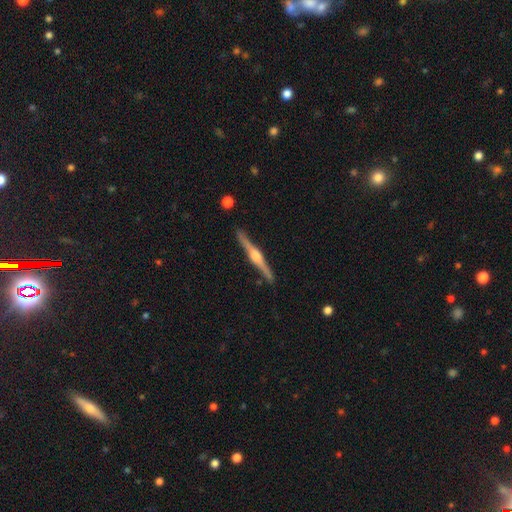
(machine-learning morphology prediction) Smooth or featured?
  - featured or disk: 85% *
  - smooth: 11%
  - star or artifact: 4%
Edge-on disk?
  - yes: 98% *
  - no: 2%
Edge-on bulge?
  - rounded: 88% *
  - boxy: 8%
  - none: 4%
Merging?
  - none: 91% *
  - minor disturbance: 6%
  - major disturbance: 1%
  - merger: 1%